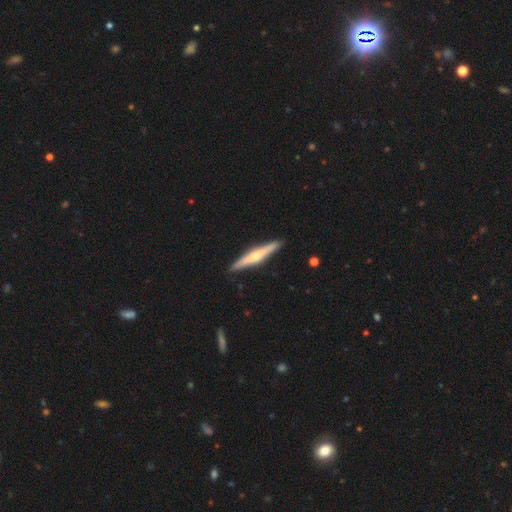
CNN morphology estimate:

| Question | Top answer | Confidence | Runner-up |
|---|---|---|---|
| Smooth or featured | featured or disk | 63% | smooth (32%) |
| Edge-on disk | yes | 95% | no (5%) |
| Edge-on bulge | rounded | 87% | none (8%) |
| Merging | none | 90% | minor disturbance (7%) |